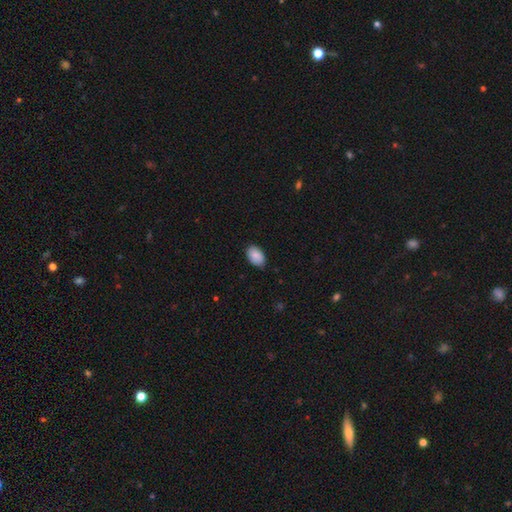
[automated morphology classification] Smooth or featured?
  - smooth: 89% *
  - star or artifact: 6%
  - featured or disk: 5%
How rounded?
  - in between: 90% *
  - round: 9%
  - cigar-shaped: 1%
Merging?
  - none: 83% *
  - minor disturbance: 14%
  - major disturbance: 2%
  - merger: 1%